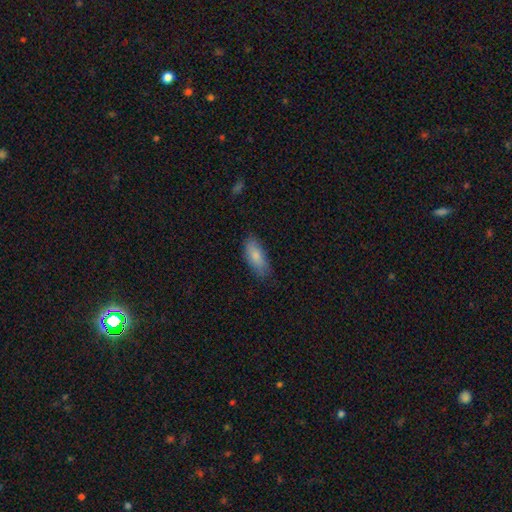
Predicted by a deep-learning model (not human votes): smooth 81%, featured or disk 12%, star or artifact 7%. Down the decision tree: how rounded — in between (80%); merging — none (75%).